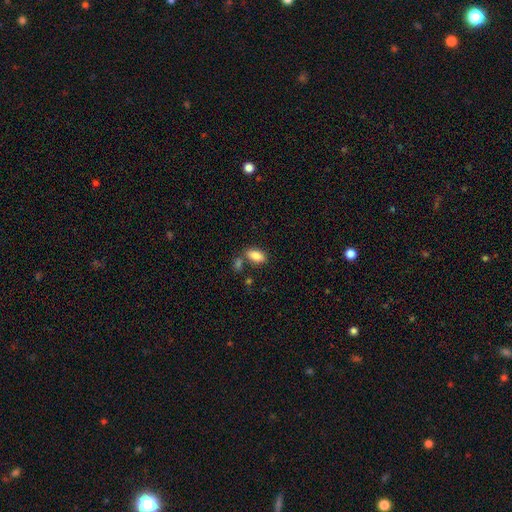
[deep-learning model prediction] Morphology: type=smooth (85%); roundness=in between (91%); merging=none (71%).